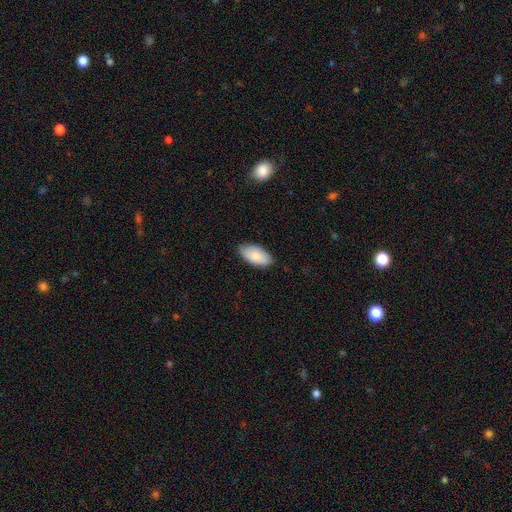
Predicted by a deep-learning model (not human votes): The model was most divided on "merging": none: 84%, minor disturbance: 13%, major disturbance: 2%, merger: 1%. More confident: how rounded — in between (95%); smooth or featured — smooth (85%).